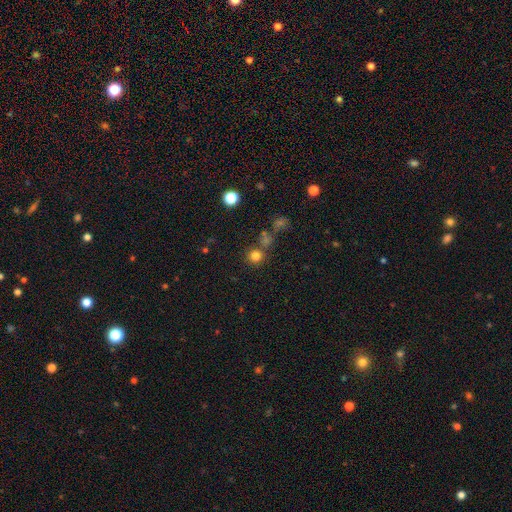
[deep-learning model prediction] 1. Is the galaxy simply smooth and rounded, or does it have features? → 77% smooth, 17% star or artifact, 6% featured or disk.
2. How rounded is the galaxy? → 92% round, 7% in between, 1% cigar-shaped.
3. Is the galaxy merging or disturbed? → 75% none, 12% merger, 9% minor disturbance, 4% major disturbance.